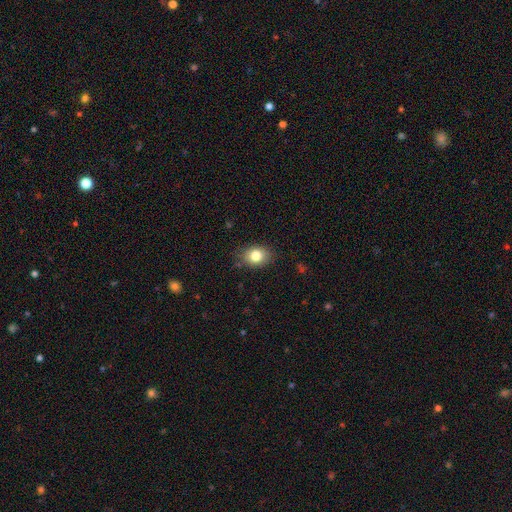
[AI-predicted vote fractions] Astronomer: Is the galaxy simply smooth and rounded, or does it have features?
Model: smooth — 82%.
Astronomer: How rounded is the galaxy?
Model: in between — 64%.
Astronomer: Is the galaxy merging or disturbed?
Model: none — 81%.